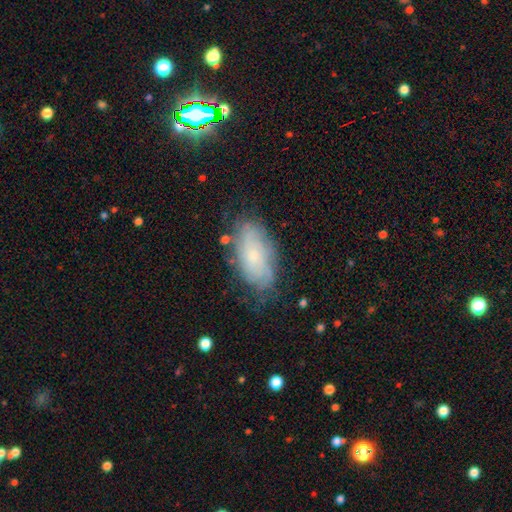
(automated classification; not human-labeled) A smooth galaxy with no disk features (49%).

Vote fractions:
- Smooth or featured? smooth: 49% / featured or disk: 40% / star or artifact: 11%
- Merging? none: 69% / minor disturbance: 22% / major disturbance: 7% / merger: 2%